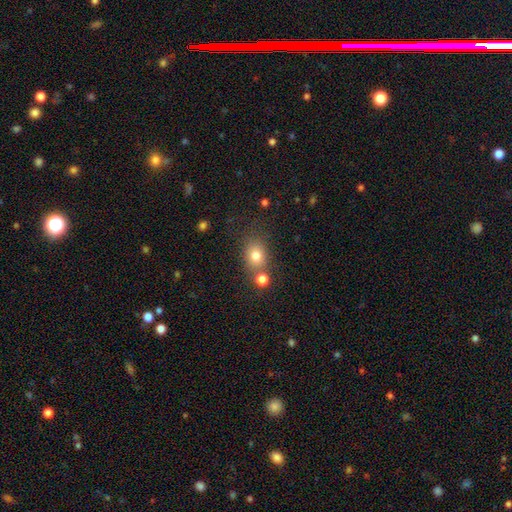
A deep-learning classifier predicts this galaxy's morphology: Overall: smooth (78%). How rounded: in between (50%; round 49%). Merging: none (64%).